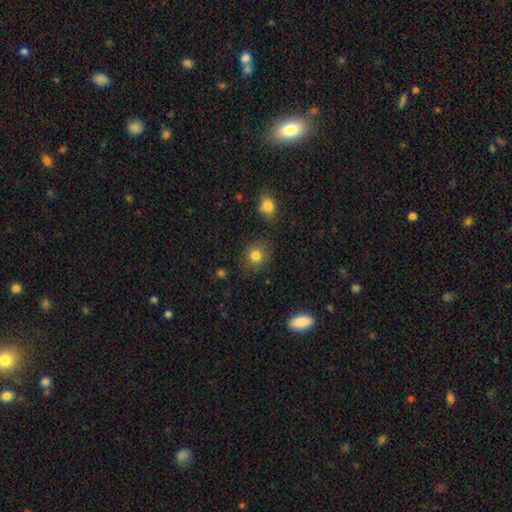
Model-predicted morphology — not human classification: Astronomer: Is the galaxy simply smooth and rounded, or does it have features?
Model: smooth — 81%.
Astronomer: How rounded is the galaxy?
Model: round — 70%.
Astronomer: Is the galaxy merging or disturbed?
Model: none — 82%.